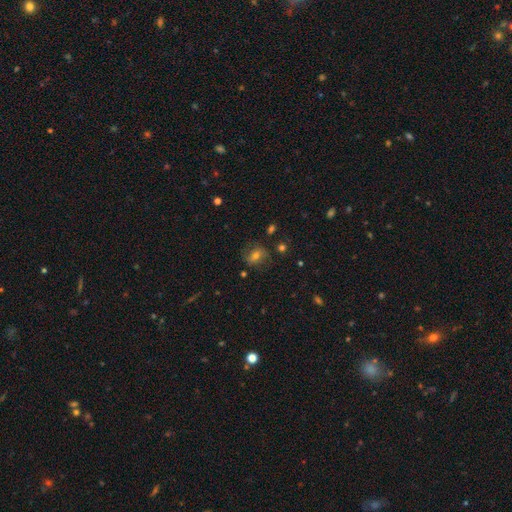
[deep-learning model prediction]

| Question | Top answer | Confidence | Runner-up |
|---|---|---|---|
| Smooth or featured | smooth | 54% | featured or disk (30%) |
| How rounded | in between | 52% | round (45%) |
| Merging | none | 73% | minor disturbance (17%) |